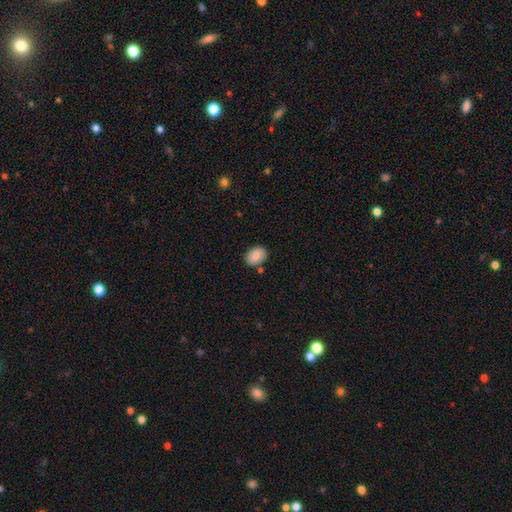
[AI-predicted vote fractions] Smooth or featured?
  - smooth: 88% *
  - star or artifact: 7%
  - featured or disk: 5%
How rounded?
  - in between: 79% *
  - round: 20%
  - cigar-shaped: 1%
Merging?
  - none: 81% *
  - minor disturbance: 12%
  - merger: 5%
  - major disturbance: 3%